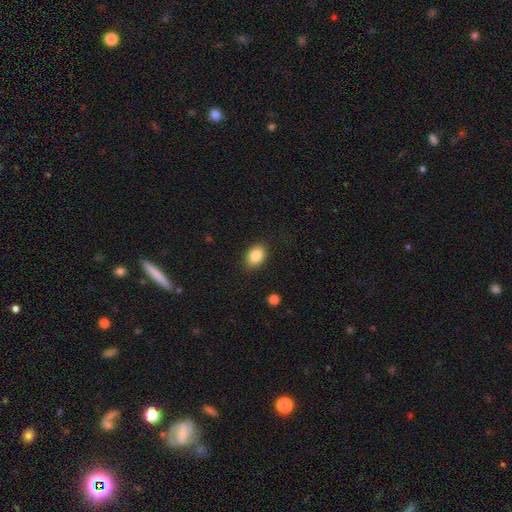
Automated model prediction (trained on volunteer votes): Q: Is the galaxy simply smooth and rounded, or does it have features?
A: smooth — 85%.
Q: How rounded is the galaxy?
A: in between — 80%.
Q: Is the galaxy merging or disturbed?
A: none — 86%.